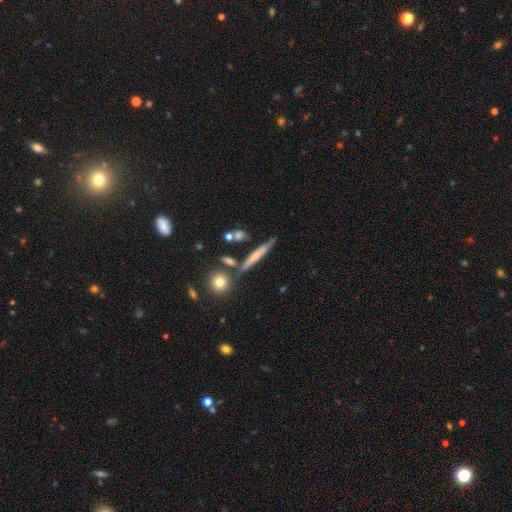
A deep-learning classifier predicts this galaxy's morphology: featured or disk 48%, smooth 44%, star or artifact 9%. Down the decision tree: merging — none (75%).